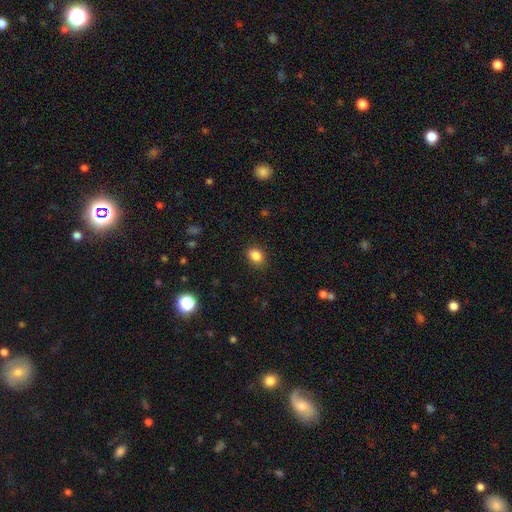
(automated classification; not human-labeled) smooth 86%, star or artifact 10%, featured or disk 4%. Down the decision tree: how rounded — in between (61%); merging — none (87%).